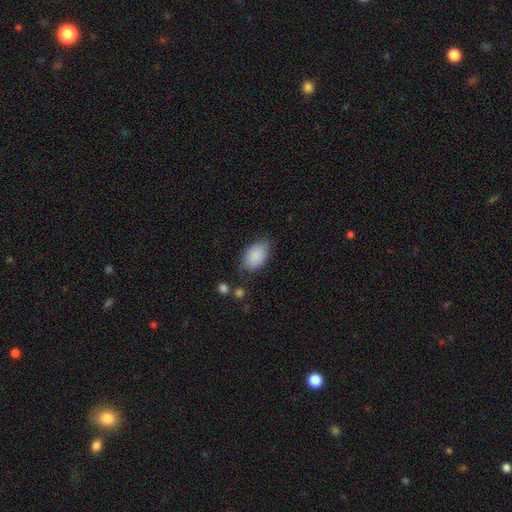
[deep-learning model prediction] Morphology: type=smooth (87%); roundness=in between (91%); merging=none (69%).